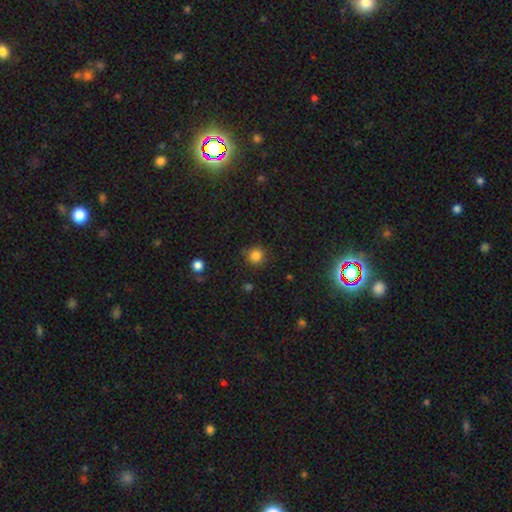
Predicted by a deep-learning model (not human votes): smooth-or-featured: smooth: 83% | star or artifact: 13% | featured or disk: 4%
  how-rounded: round: 93% | in between: 6% | cigar-shaped: 1%
  merging: none: 87% | minor disturbance: 9% | major disturbance: 3% | merger: 2%